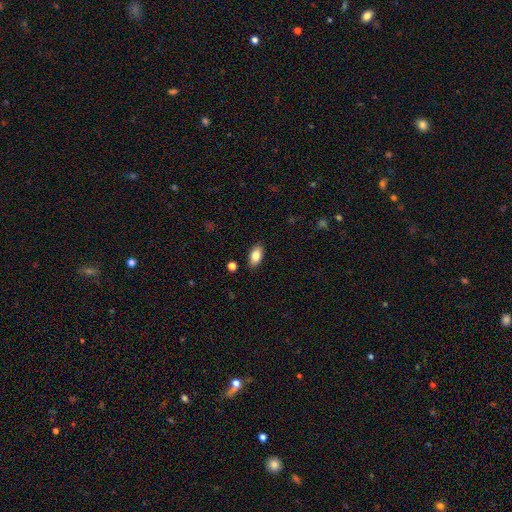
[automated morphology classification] This is clearly a smooth galaxy (83%). How rounded: clearly in between (91%). Merging: clearly none (87%).